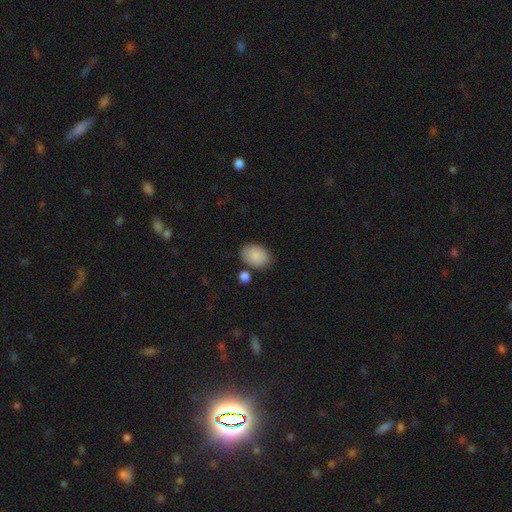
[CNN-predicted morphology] Smooth or featured? Predicted: smooth (p=0.88). How rounded? Predicted: in between (p=0.82). Merging? Predicted: none (p=0.77).